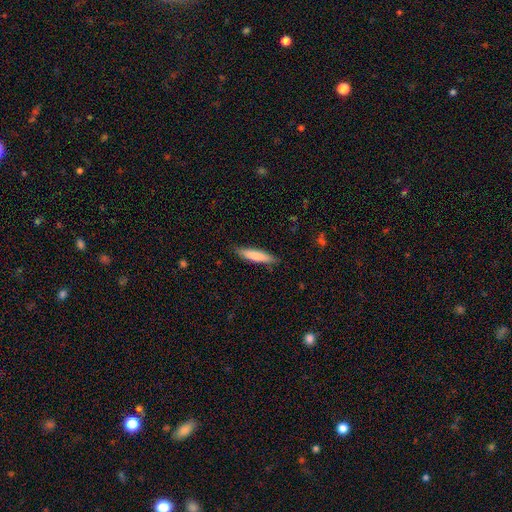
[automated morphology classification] Smooth or featured? Predicted: smooth (p=0.78). How rounded? Predicted: cigar-shaped (p=0.82). Merging? Predicted: none (p=0.86).